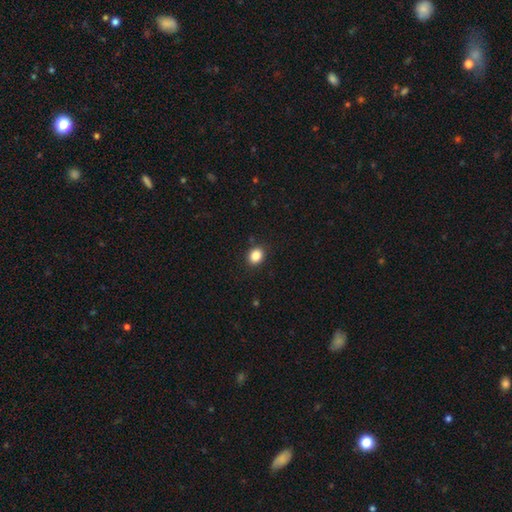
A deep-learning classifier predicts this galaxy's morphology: Overall: smooth (86%). How rounded: round (60%; in between 40%). Merging: none (89%).